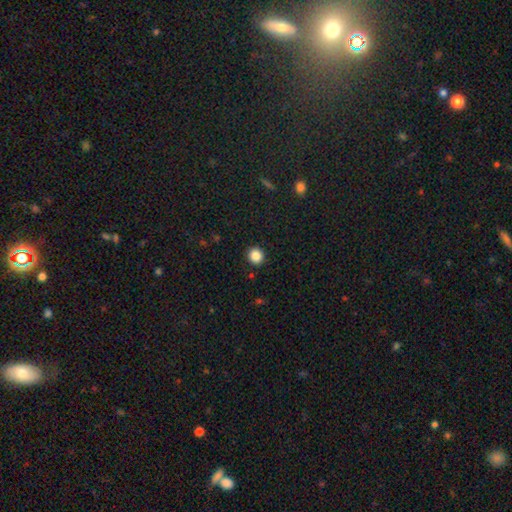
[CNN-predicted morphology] This appears to be a smooth galaxy with no disk features (86%) that is round (89%). Merging: none (92%).